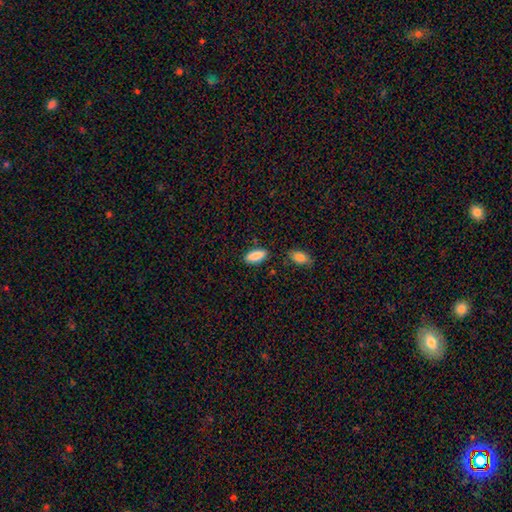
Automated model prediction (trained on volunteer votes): A smooth galaxy with no disk features (88%) that is in between round and cigar-shaped (80%).

Vote fractions:
- Smooth or featured? smooth: 88% / star or artifact: 6% / featured or disk: 5%
- How rounded? in between: 80% / cigar-shaped: 18% / round: 2%
- Merging? none: 82% / minor disturbance: 12% / merger: 4% / major disturbance: 3%